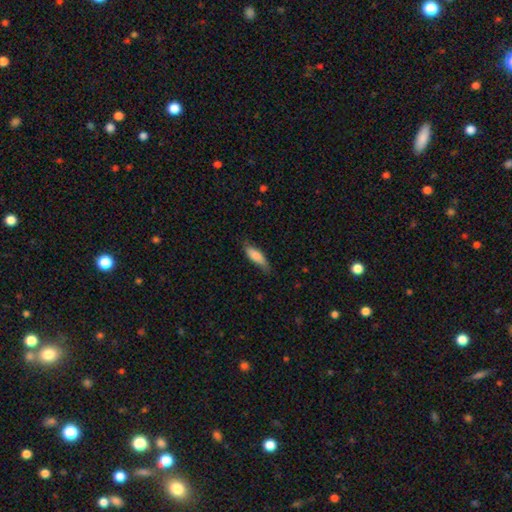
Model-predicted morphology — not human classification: This appears to be a smooth galaxy with no disk features (80%) that is in between round and cigar-shaped (57%). Merging: none (62%).